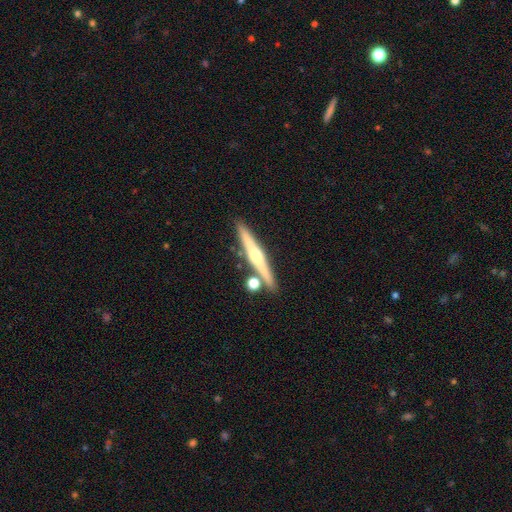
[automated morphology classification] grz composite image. It shows a featured or disk galaxy (65%) viewed edge-on (97%) with a rounded central bulge (90%). Merging: none (81%).